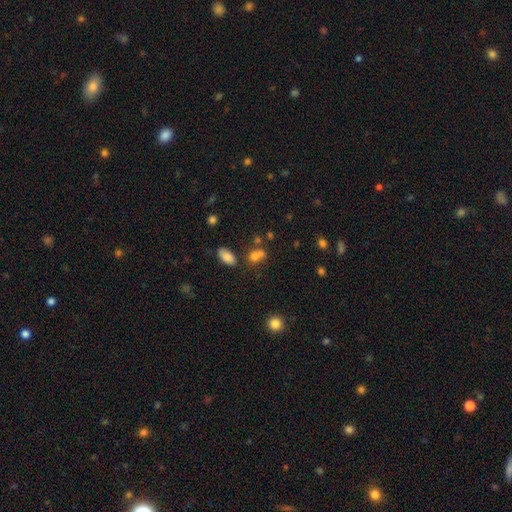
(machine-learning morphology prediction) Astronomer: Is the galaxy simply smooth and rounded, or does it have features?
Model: smooth — 73%.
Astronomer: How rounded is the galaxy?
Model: in between — 64%.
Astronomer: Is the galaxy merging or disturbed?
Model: merger — 39%, tied with none at 39%.